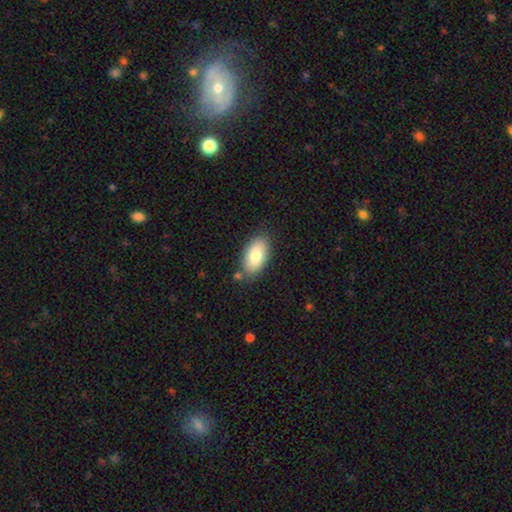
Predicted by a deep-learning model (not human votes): Smooth or featured? smooth (79%)
How rounded? in between (94%)
Merging? none (80%)